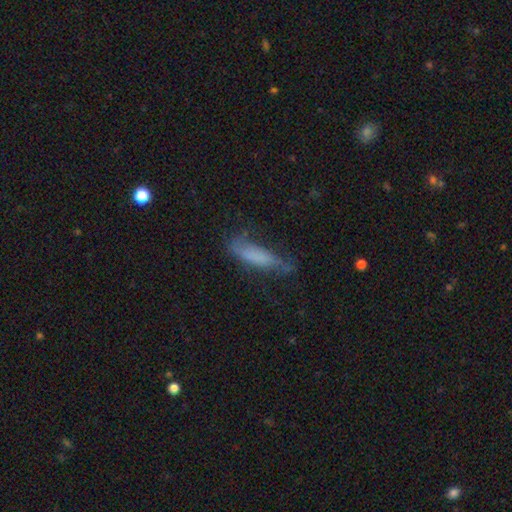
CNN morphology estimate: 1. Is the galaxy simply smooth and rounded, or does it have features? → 60% smooth, 30% featured or disk, 10% star or artifact.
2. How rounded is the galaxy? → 63% cigar-shaped, 35% in between, 2% round.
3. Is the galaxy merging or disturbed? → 44% none, 33% minor disturbance, 20% major disturbance, 3% merger.